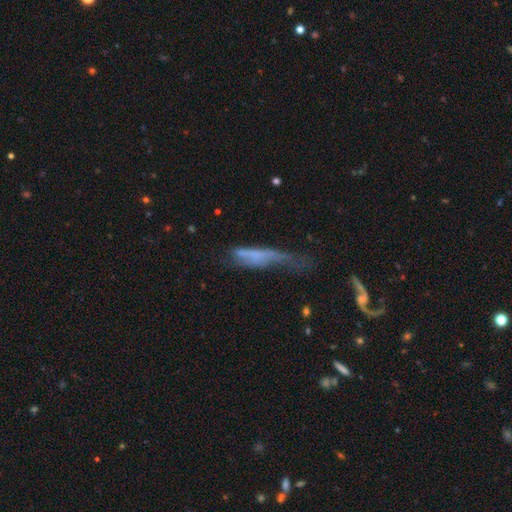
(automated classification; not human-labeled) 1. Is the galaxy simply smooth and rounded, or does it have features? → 47% smooth, 40% featured or disk, 13% star or artifact.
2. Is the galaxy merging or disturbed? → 41% major disturbance, 27% minor disturbance, 24% none, 7% merger.